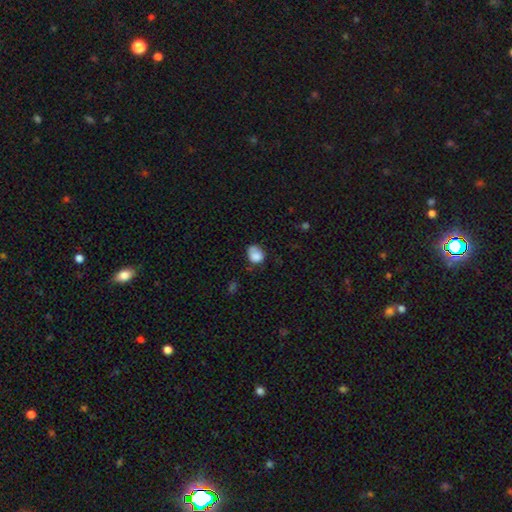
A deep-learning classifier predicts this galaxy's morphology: Overall: smooth (80%). How rounded: round (53%; in between 46%). Merging: none (46%; minor disturbance 33%).